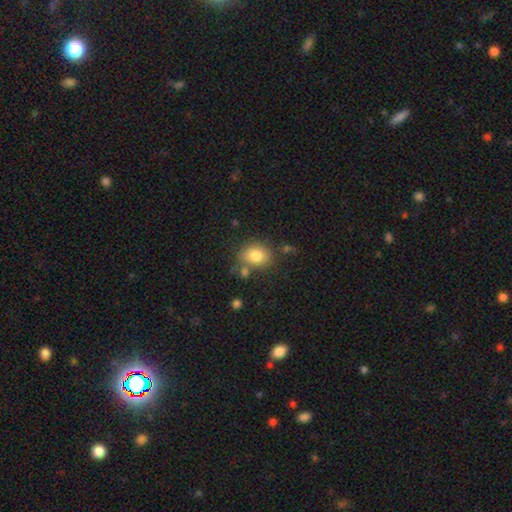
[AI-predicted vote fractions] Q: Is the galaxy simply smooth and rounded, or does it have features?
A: smooth — 81%.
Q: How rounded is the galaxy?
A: round — 56%.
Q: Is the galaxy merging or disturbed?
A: none — 70%.